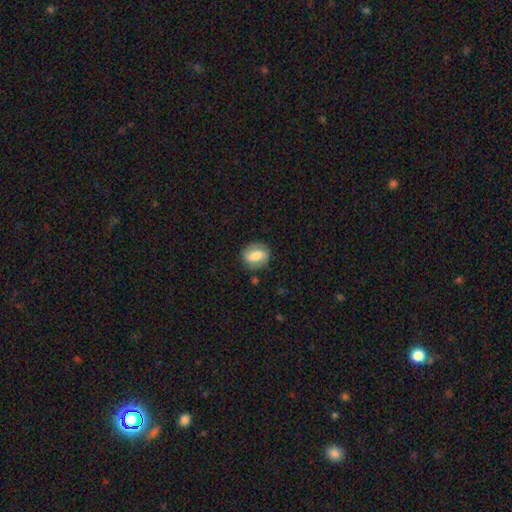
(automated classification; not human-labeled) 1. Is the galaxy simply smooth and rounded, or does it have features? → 49% smooth, 44% featured or disk, 7% star or artifact.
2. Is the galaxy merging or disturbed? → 80% none, 13% minor disturbance, 5% major disturbance, 2% merger.